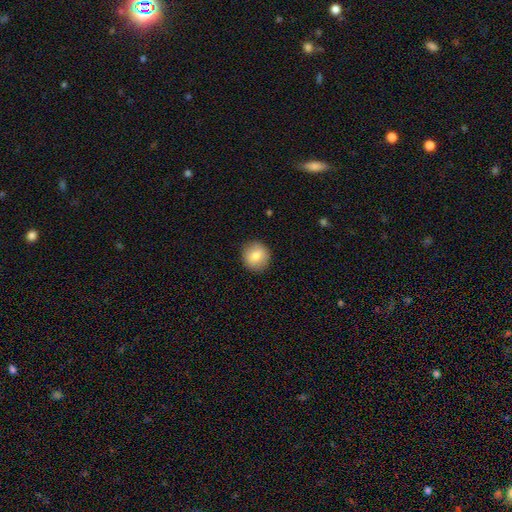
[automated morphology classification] smooth_or_featured: smooth (p=0.82) [alt: featured or disk p=0.10]
how_rounded: round (p=0.91) [alt: in between p=0.08]
merging: none (p=0.91) [alt: minor disturbance p=0.07]